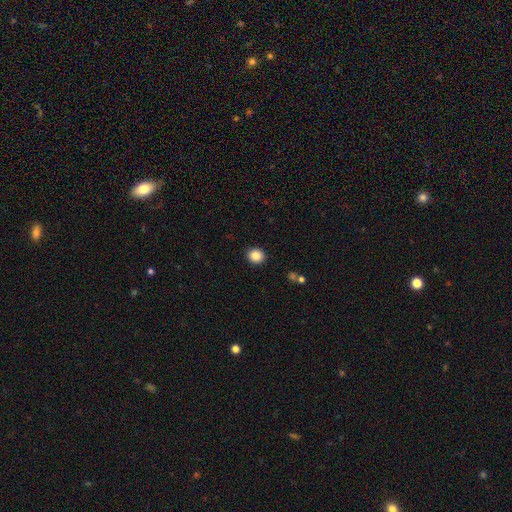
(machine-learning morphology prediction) A smooth galaxy with no disk features (87%) that is round (81%). Merging: none (91%).